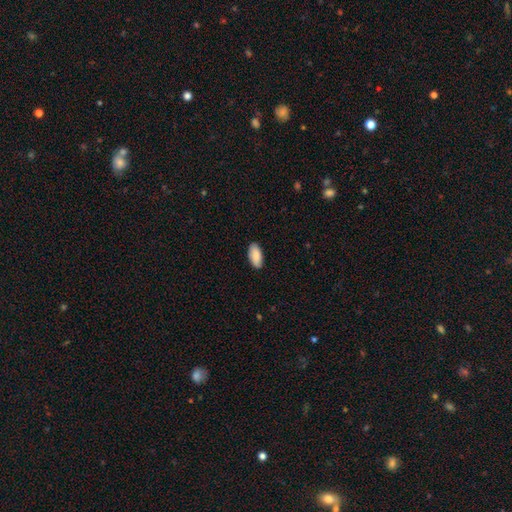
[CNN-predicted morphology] This is clearly a smooth galaxy (88%). How rounded: clearly in between (92%). Merging: clearly none (88%).